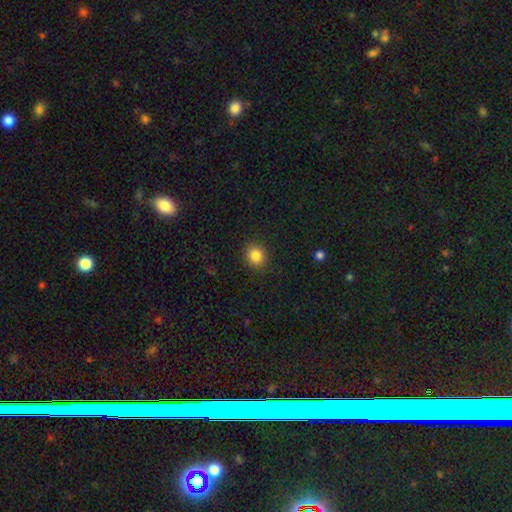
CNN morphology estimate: Overall: smooth (85%). How rounded: round (82%). Merging: none (90%).